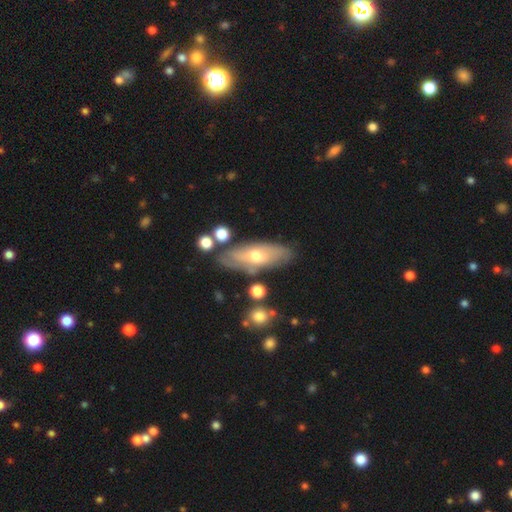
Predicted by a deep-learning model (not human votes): featured or disk 53%, smooth 40%, star or artifact 7%. Down the decision tree: edge-on disk — no (64%); merging — none (75%).